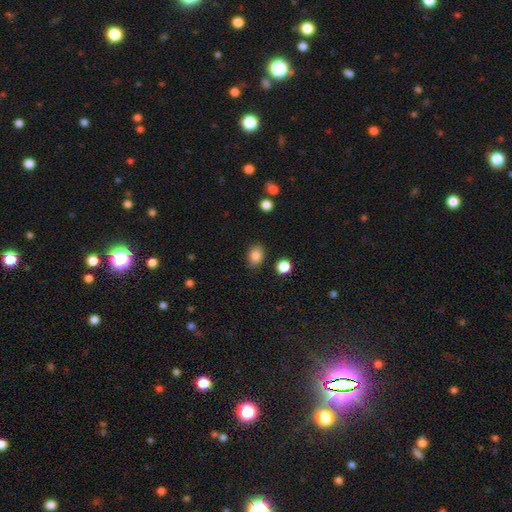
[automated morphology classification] Smooth or featured: smooth — 85% (star or artifact — 9%)
How rounded: in between — 70% (round — 29%)
Merging: none — 85% (minor disturbance — 10%)